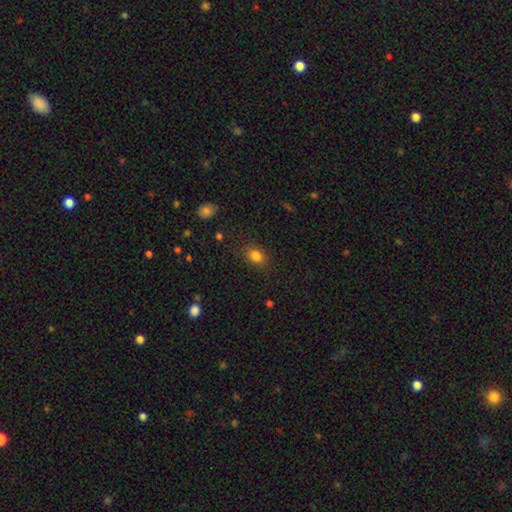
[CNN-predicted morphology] smooth_or_featured: smooth (p=0.82) [alt: star or artifact p=0.12]
how_rounded: in between (p=0.65) [alt: round p=0.34]
merging: none (p=0.82) [alt: minor disturbance p=0.12]